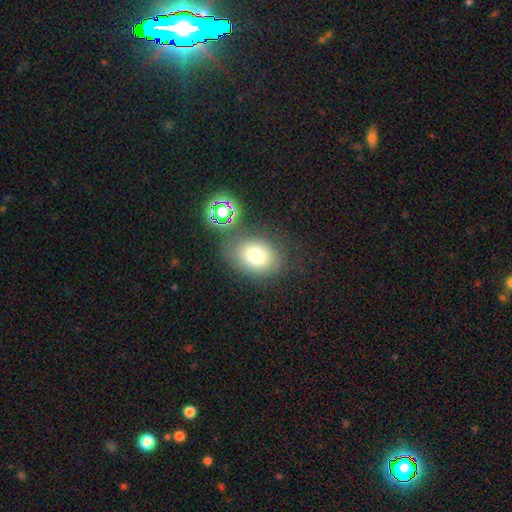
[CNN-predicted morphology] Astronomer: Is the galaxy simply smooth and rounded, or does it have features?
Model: smooth — 74%.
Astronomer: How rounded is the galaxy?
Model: in between — 66%.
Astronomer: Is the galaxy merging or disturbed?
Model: none — 69%.